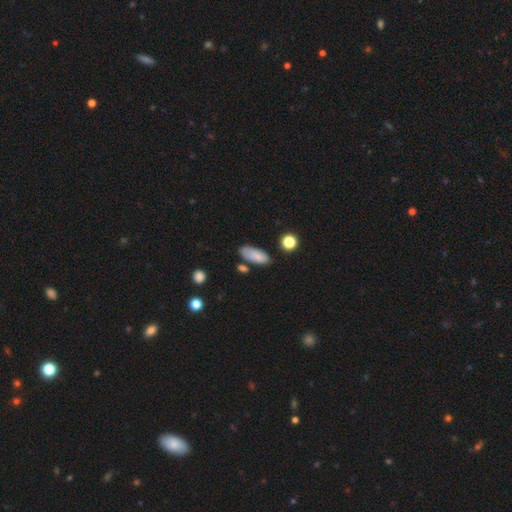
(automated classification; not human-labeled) A smooth galaxy with no disk features (82%) that is in between round and cigar-shaped (79%).

Vote fractions:
- Smooth or featured? smooth: 82% / featured or disk: 10% / star or artifact: 8%
- How rounded? in between: 79% / cigar-shaped: 18% / round: 3%
- Merging? none: 69% / minor disturbance: 19% / merger: 7% / major disturbance: 4%